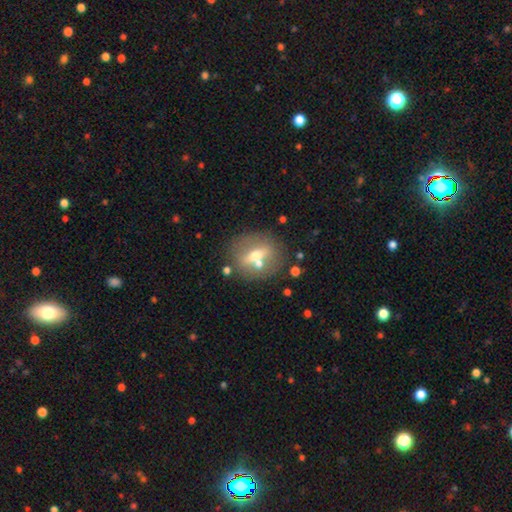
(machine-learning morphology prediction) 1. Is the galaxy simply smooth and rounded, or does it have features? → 51% featured or disk, 38% smooth, 11% star or artifact.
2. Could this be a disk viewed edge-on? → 63% no, 37% yes.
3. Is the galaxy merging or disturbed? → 71% none, 13% merger, 11% minor disturbance, 5% major disturbance.